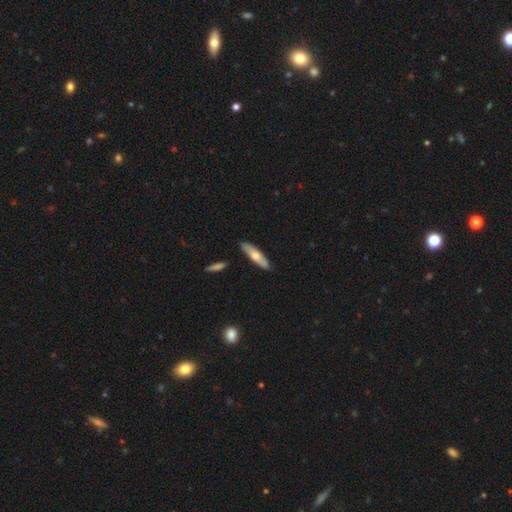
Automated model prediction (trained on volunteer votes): Smooth or featured?
  - smooth: 63% *
  - featured or disk: 31%
  - star or artifact: 5%
How rounded?
  - cigar-shaped: 68% *
  - in between: 31%
  - round: 2%
Merging?
  - none: 85% *
  - minor disturbance: 11%
  - merger: 2%
  - major disturbance: 2%